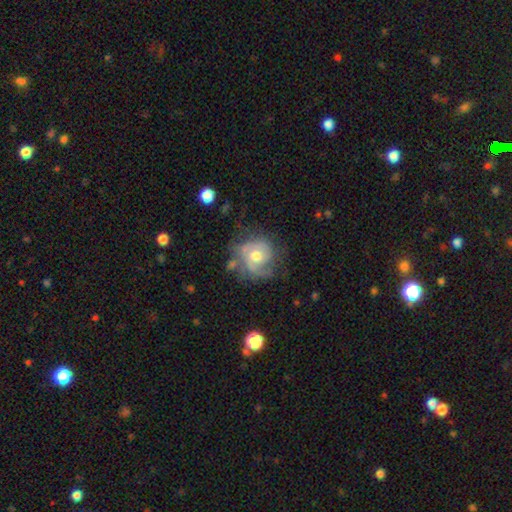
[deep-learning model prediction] Morphology: type=featured or disk (70%); edge-on=no (97%); bar=no (73%); spiral arms=yes (85%); winding=tight (45%); arm count=2 (40%); bulge=moderate (71%); merging=none (53%).